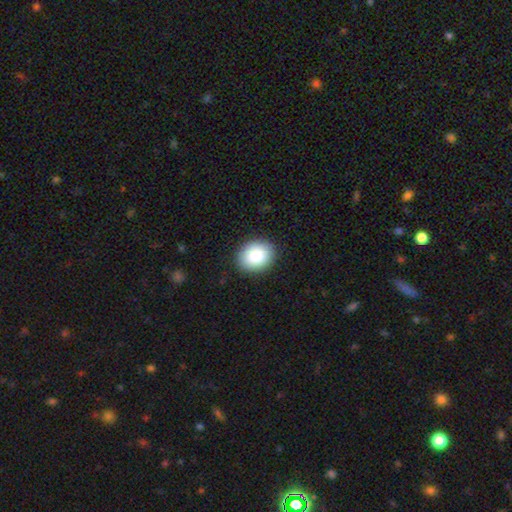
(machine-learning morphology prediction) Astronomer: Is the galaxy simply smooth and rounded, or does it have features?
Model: smooth — 86%.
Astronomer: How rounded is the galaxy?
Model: in between — 53% (runner-up: round, 47%).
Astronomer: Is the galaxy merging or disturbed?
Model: none — 89%.